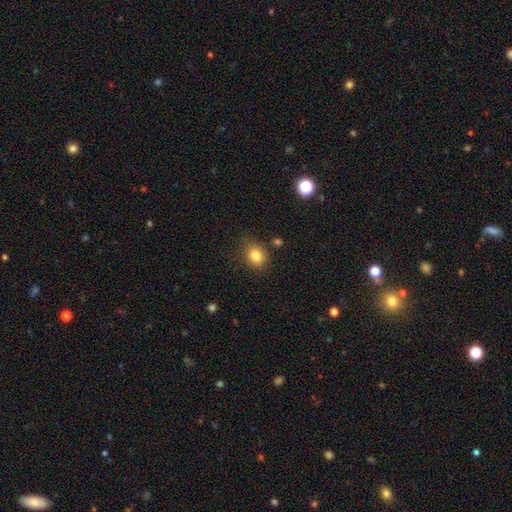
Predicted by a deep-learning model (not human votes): Morphology: type=smooth (82%); roundness=round (59%); merging=none (78%).